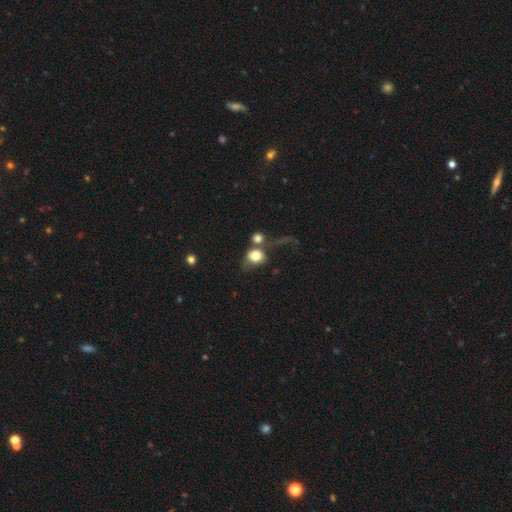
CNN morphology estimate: Smooth or featured?
  - smooth: 75% *
  - featured or disk: 15%
  - star or artifact: 9%
How rounded?
  - round: 59% *
  - in between: 40%
  - cigar-shaped: 1%
Merging?
  - merger: 35% *
  - none: 27%
  - major disturbance: 24%
  - minor disturbance: 14%